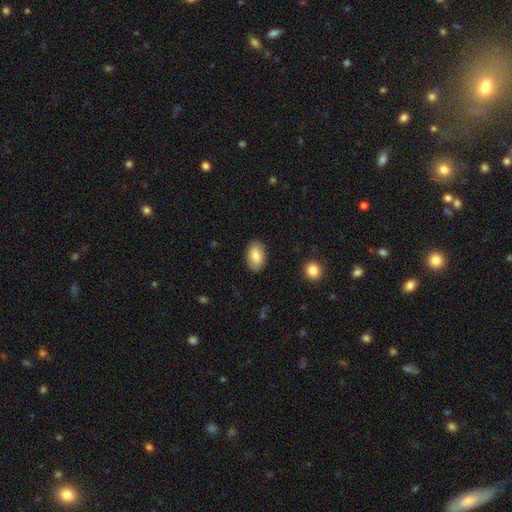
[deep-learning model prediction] This appears to be a smooth galaxy with no disk features (83%) that is in between round and cigar-shaped (90%). Merging: none (87%).